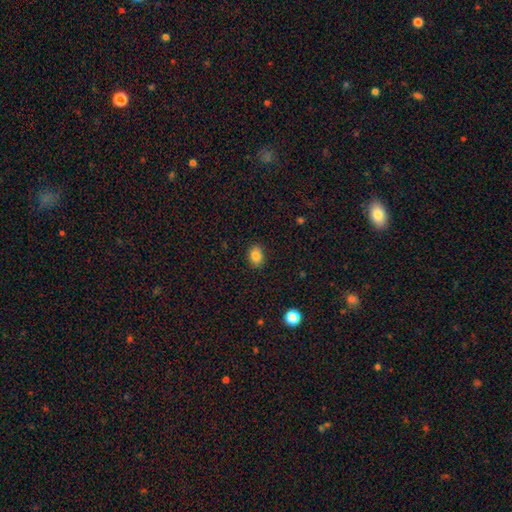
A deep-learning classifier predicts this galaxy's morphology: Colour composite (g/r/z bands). It shows a smooth galaxy with no disk features (85%) that is in between round and cigar-shaped (66%). Merging: none (86%).